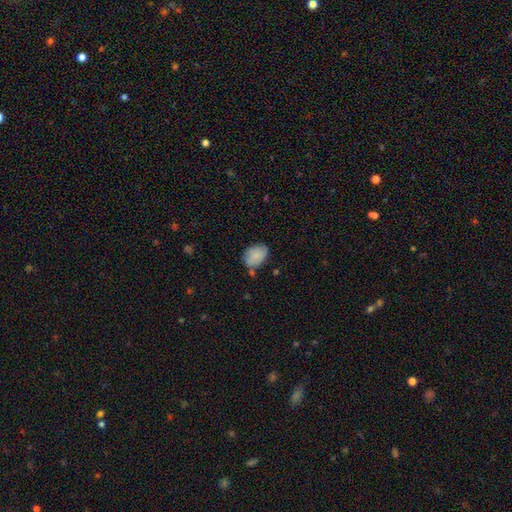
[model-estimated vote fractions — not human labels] A smooth galaxy with no disk features (81%) that is in between round and cigar-shaped (77%). Merging: none (65%).